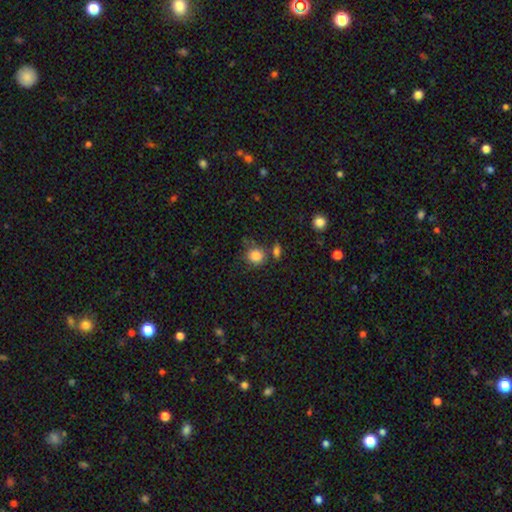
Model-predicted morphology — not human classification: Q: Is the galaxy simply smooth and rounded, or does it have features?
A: smooth — 84%.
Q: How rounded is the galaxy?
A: round — 78%.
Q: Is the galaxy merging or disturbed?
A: none — 66%.